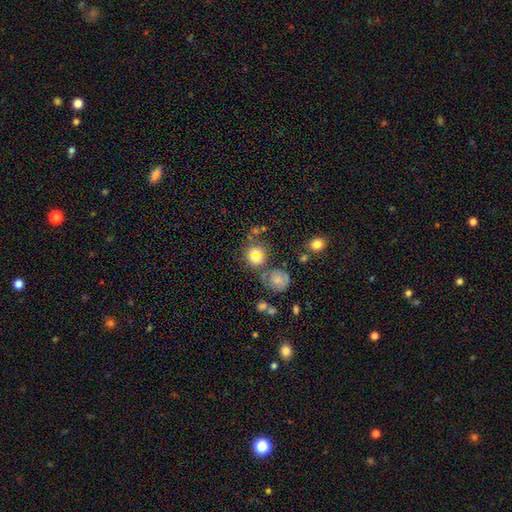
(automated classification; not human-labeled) smooth_or_featured: smooth (p=0.74) [alt: star or artifact p=0.13]
how_rounded: round (p=0.83) [alt: in between p=0.16]
merging: none (p=0.56) [alt: merger p=0.21]